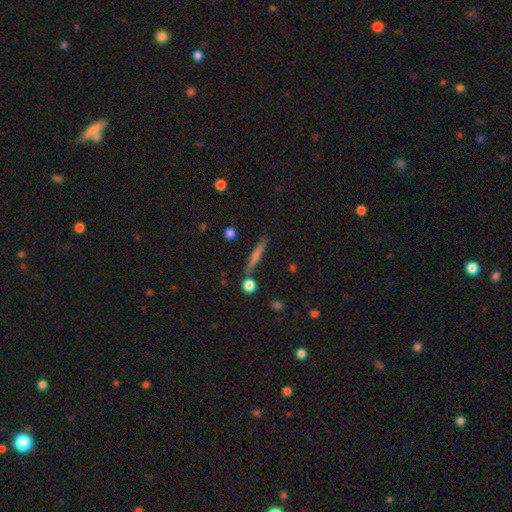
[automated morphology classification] Overall: featured or disk (53%; smooth 38%). Edge-on disk: yes (95%). Edge-on bulge: rounded (68%). Merging: none (82%).